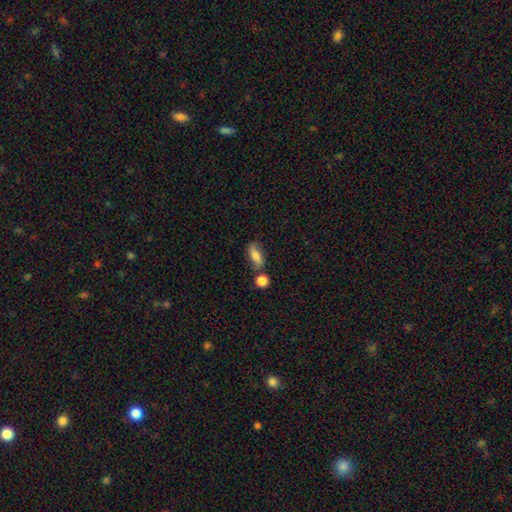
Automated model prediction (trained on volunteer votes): smooth-or-featured: smooth: 70% | featured or disk: 21% | star or artifact: 9%
  how-rounded: in between: 73% | cigar-shaped: 20% | round: 7%
  merging: none: 62% | minor disturbance: 18% | merger: 15% | major disturbance: 5%